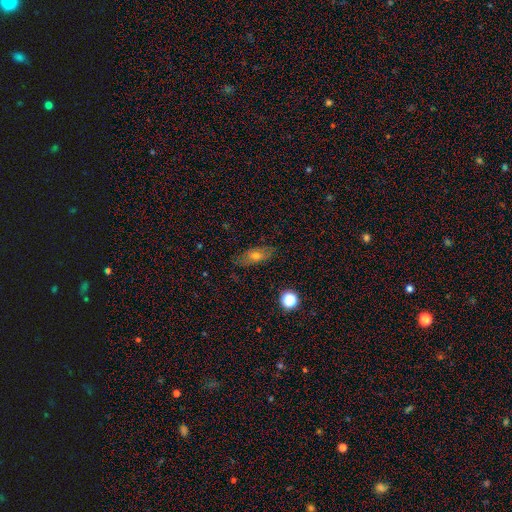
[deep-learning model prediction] smooth 59%, featured or disk 30%, star or artifact 11%. Down the decision tree: how rounded — in between (73%); merging — none (81%).